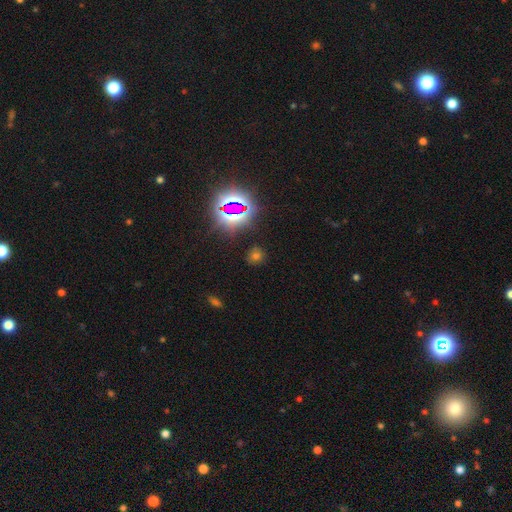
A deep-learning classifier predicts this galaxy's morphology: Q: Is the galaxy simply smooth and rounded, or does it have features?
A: smooth — 47%.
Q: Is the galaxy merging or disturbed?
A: none — 83%.